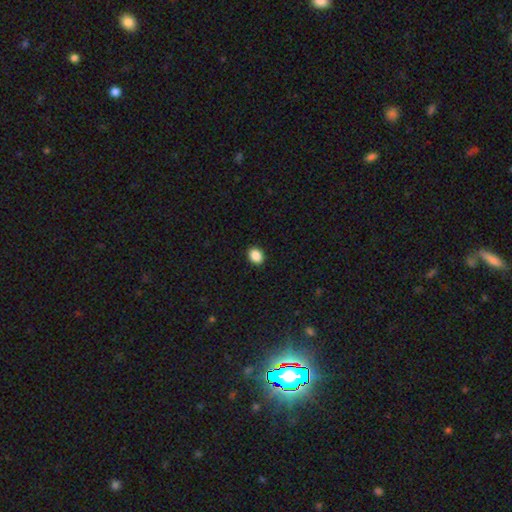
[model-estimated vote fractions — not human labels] A smooth galaxy with no disk features (89%) that is in between round and cigar-shaped (61%). Merging: none (91%).